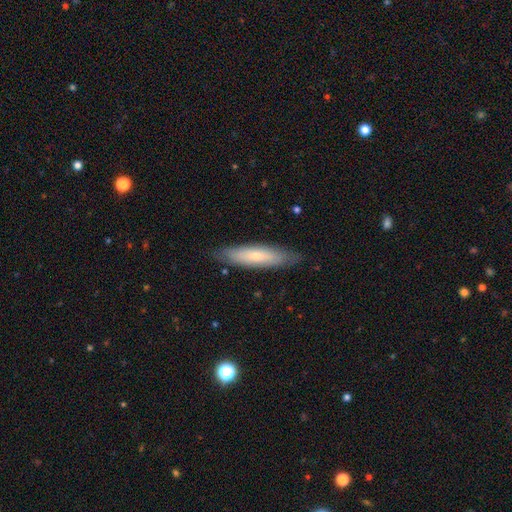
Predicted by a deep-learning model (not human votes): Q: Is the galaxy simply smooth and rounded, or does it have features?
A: smooth — 59%.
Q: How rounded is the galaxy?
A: cigar-shaped — 76%.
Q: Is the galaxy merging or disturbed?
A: none — 84%.